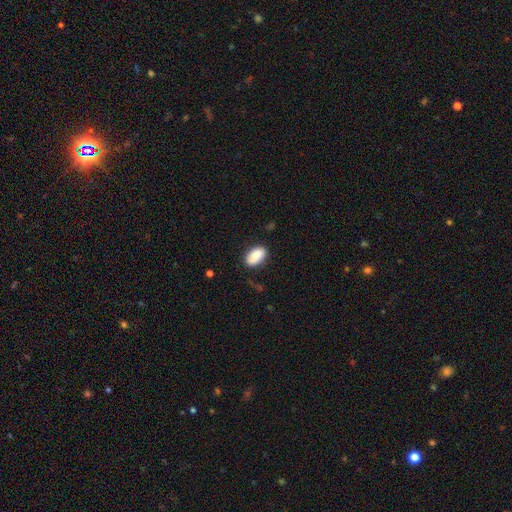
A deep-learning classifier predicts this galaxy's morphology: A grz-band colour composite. It shows a smooth galaxy with no disk features (85%) that is in between round and cigar-shaped (93%). Merging: none (79%).